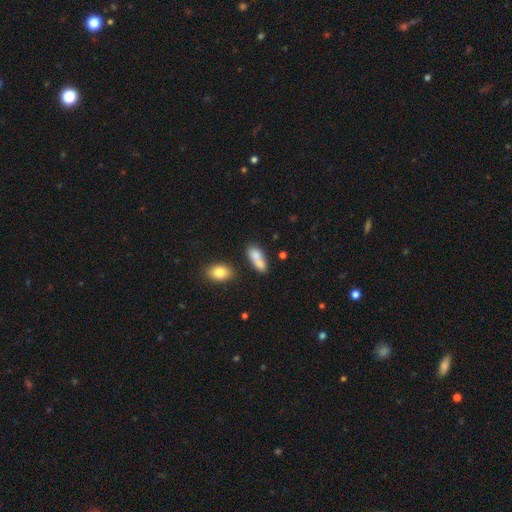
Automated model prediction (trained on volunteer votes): Smooth or featured: smooth — 77% (featured or disk — 14%)
How rounded: in between — 74% (cigar-shaped — 20%)
Merging: none — 41% (merger — 36%)